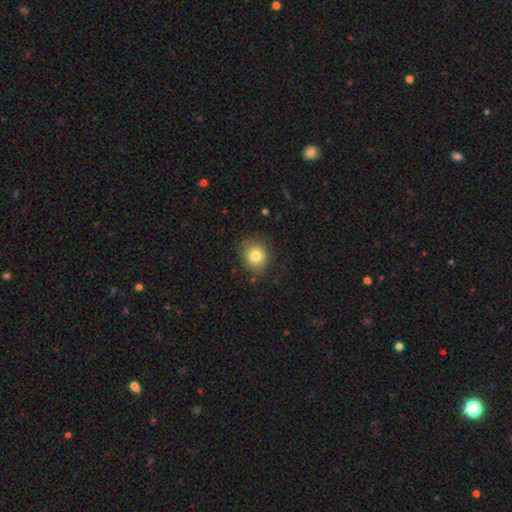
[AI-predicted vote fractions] A smooth galaxy with no disk features (80%) that is round (77%).

Vote fractions:
- Smooth or featured? smooth: 80% / star or artifact: 11% / featured or disk: 9%
- How rounded? round: 77% / in between: 22% / cigar-shaped: 1%
- Merging? none: 84% / minor disturbance: 12% / major disturbance: 3% / merger: 1%